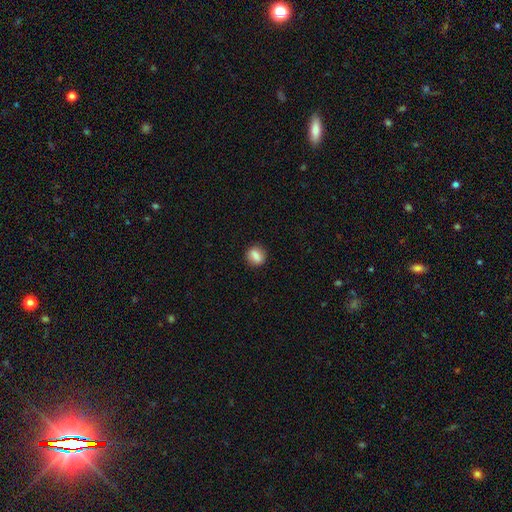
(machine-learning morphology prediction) A smooth galaxy with no disk features (84%) that is round (60%).

Vote fractions:
- Smooth or featured? smooth: 84% / star or artifact: 8% / featured or disk: 8%
- How rounded? round: 60% / in between: 38% / cigar-shaped: 2%
- Merging? none: 87% / minor disturbance: 9% / major disturbance: 2% / merger: 1%